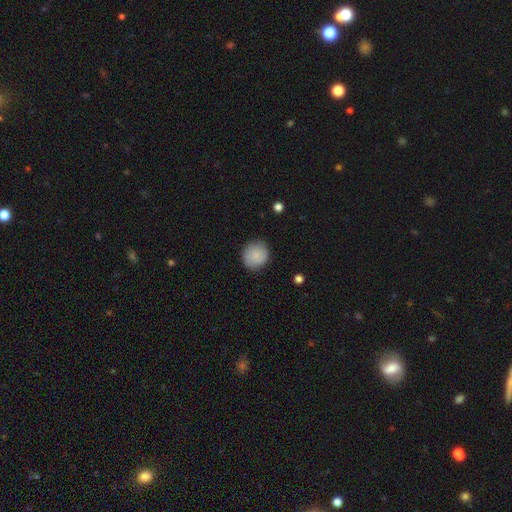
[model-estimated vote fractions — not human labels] A smooth galaxy with no disk features (86%) that is round (86%).

Vote fractions:
- Smooth or featured? smooth: 86% / star or artifact: 7% / featured or disk: 7%
- How rounded? round: 86% / in between: 13% / cigar-shaped: 1%
- Merging? none: 84% / minor disturbance: 12% / major disturbance: 3% / merger: 1%